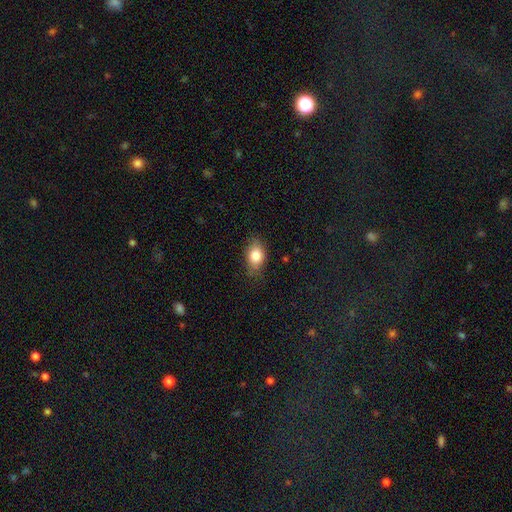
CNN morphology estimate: This is clearly a smooth galaxy (81%). How rounded: likely in between (80%). Merging: likely none (77%).